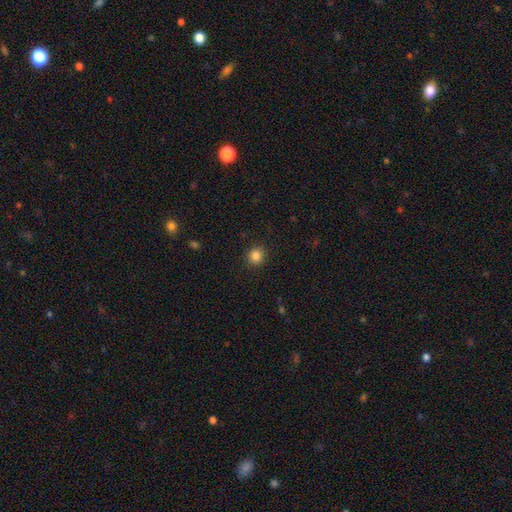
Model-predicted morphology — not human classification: type=smooth (85%); roundness=round (88%); merging=none (91%).